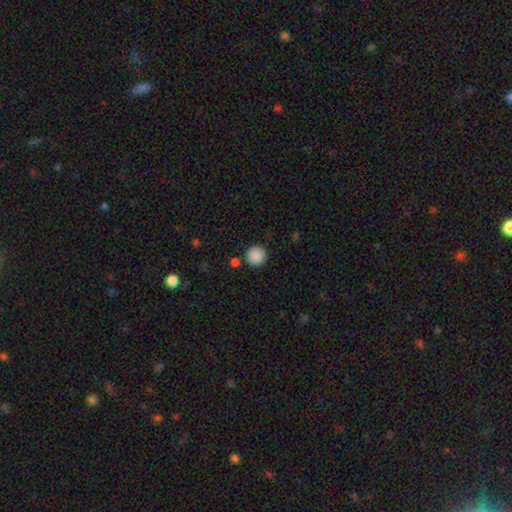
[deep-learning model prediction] Smooth or featured? smooth (89%)
How rounded? round (95%)
Merging? none (88%)